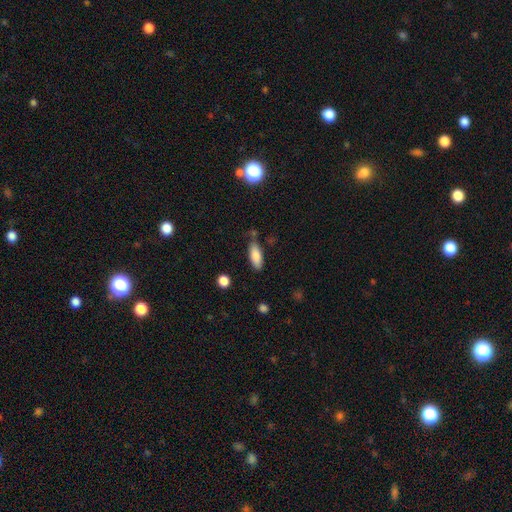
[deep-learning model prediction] Smooth or featured? smooth (84%)
How rounded? in between (76%)
Merging? none (72%)